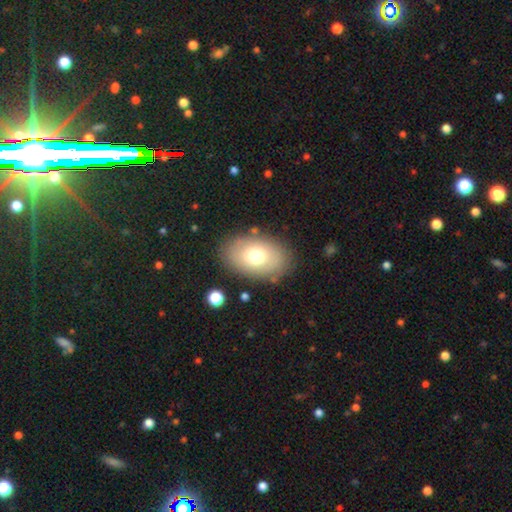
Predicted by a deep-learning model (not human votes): A smooth galaxy with no disk features (71%) that is in between round and cigar-shaped (85%).

Vote fractions:
- Smooth or featured? smooth: 71% / featured or disk: 20% / star or artifact: 9%
- How rounded? in between: 85% / round: 14% / cigar-shaped: 1%
- Merging? none: 82% / minor disturbance: 12% / major disturbance: 4% / merger: 2%